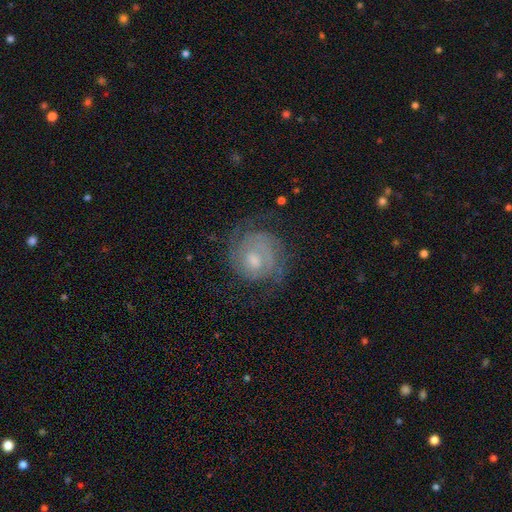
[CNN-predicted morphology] Smooth or featured? Predicted: featured or disk (p=0.80). Edge-on disk? Predicted: no (p=0.98). Bar? Predicted: no (p=0.54). Spiral arms? Predicted: yes (p=0.94). Spiral winding? Predicted: tight (p=0.68). Spiral arm count? Predicted: 2 (p=0.49). Bulge size? Predicted: moderate (p=0.47). Merging? Predicted: none (p=0.72).